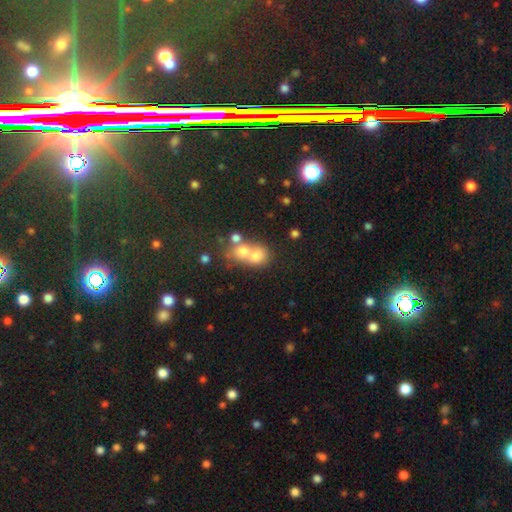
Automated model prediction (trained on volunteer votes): Smooth or featured? Predicted: smooth (p=0.69). How rounded? Predicted: round (p=0.62). Merging? Predicted: merger (p=0.65).